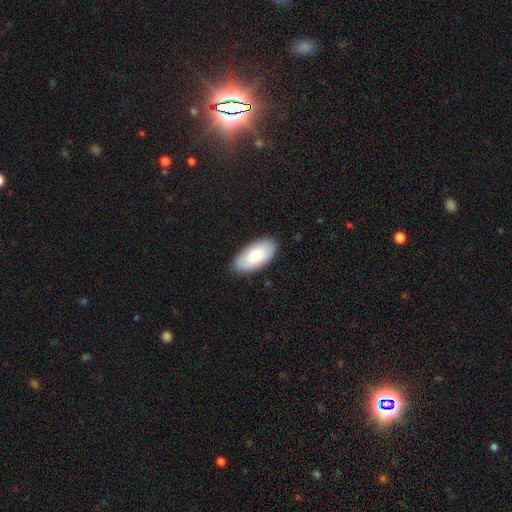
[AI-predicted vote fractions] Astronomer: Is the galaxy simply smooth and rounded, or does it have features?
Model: smooth — 78%.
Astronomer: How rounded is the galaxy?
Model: in between — 95%.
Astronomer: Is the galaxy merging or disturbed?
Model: none — 86%.